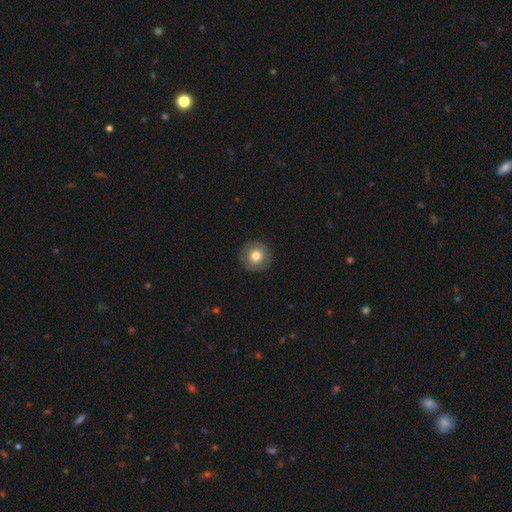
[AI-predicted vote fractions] Morphology: type=smooth (75%); roundness=round (95%); merging=none (89%).